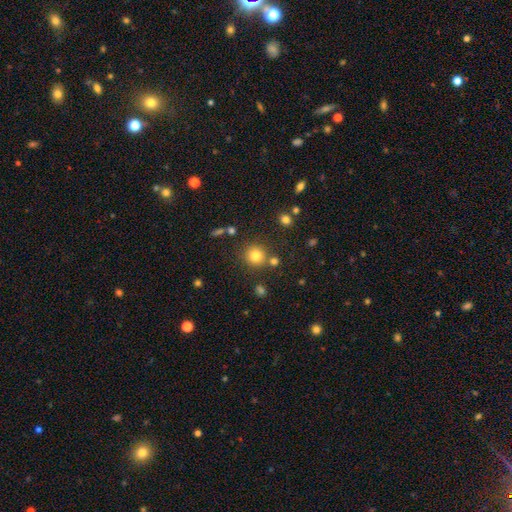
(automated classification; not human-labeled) Morphology: type=smooth (80%); roundness=round (92%); merging=none (78%).